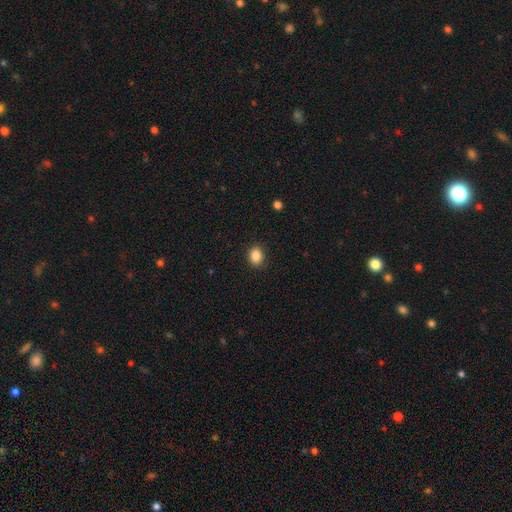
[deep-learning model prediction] Q: Smooth or featured?
A: smooth (87%); runner-up: star or artifact (9%)
Q: How rounded?
A: in between (57%); runner-up: round (42%)
Q: Merging?
A: none (87%); runner-up: minor disturbance (9%)